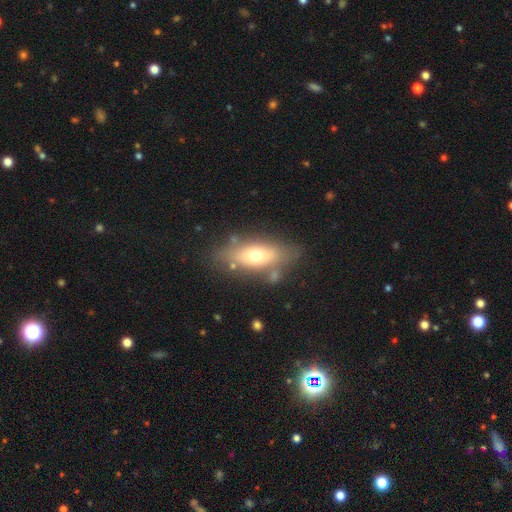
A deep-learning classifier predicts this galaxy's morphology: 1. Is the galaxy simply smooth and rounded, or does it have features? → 62% smooth, 31% featured or disk, 8% star or artifact.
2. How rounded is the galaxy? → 76% in between, 20% cigar-shaped, 4% round.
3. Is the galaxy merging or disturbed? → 72% none, 15% minor disturbance, 7% merger, 6% major disturbance.